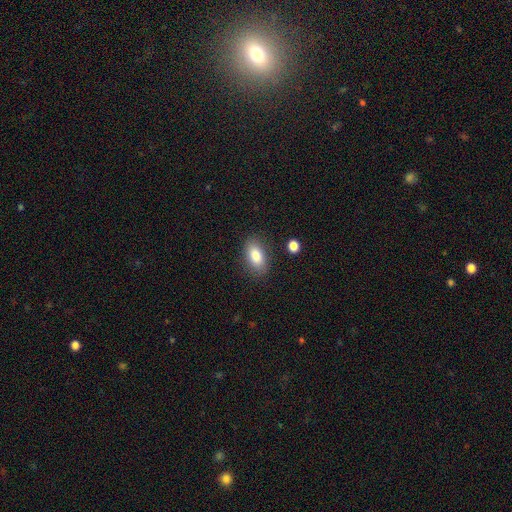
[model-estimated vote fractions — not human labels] Smooth or featured: smooth — 84% (featured or disk — 9%)
How rounded: in between — 90% (round — 6%)
Merging: none — 84% (minor disturbance — 11%)